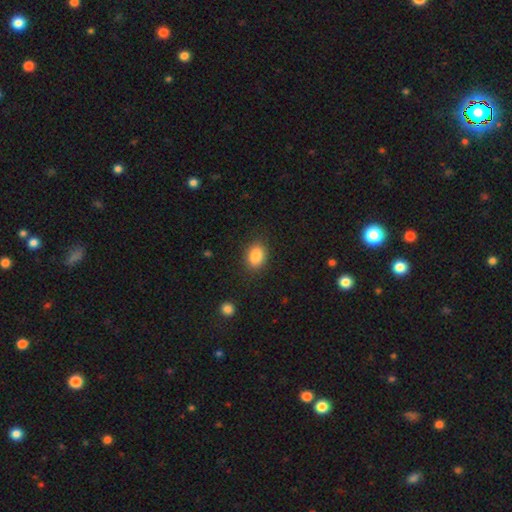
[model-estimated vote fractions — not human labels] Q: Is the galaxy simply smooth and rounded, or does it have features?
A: smooth — 86%.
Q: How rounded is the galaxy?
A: in between — 69%.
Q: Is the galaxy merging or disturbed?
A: none — 86%.